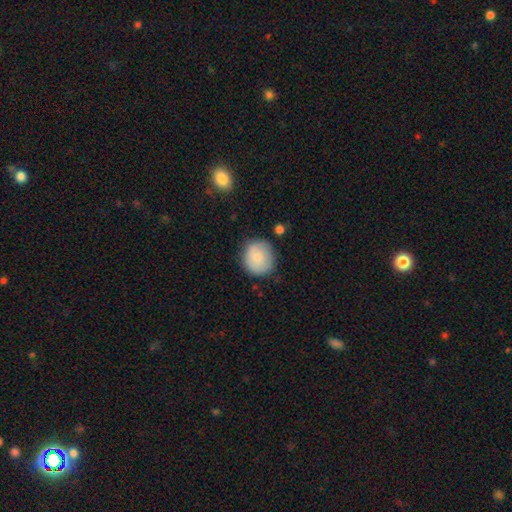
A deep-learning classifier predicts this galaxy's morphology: This appears to be a smooth galaxy with no disk features (83%) that is round (84%). Merging: none (76%).